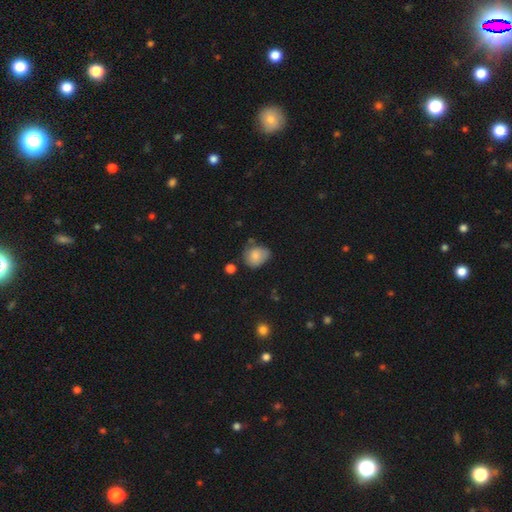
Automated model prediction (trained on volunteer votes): Overall: smooth (79%). How rounded: round (56%; in between 43%). Merging: none (51%; minor disturbance 34%).